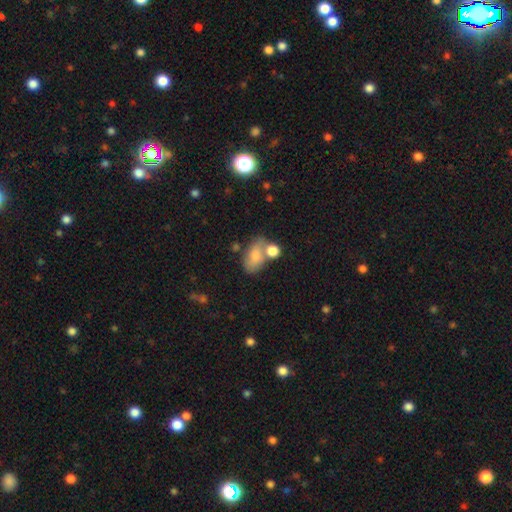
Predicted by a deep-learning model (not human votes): Smooth or featured: smooth — 75% (featured or disk — 16%)
How rounded: in between — 86% (round — 12%)
Merging: none — 41% (merger — 33%)